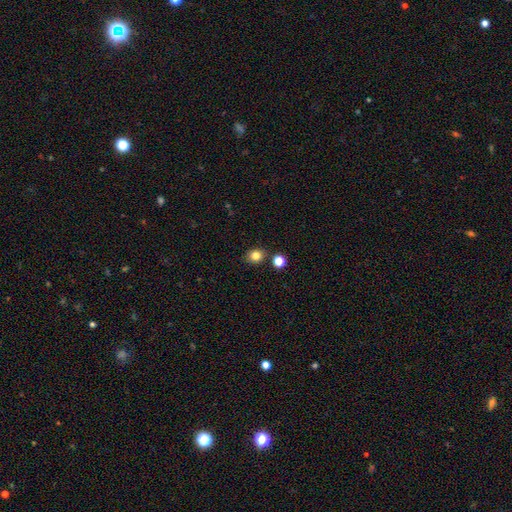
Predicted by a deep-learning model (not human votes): A smooth galaxy with no disk features (82%) that is round (64%).

Vote fractions:
- Smooth or featured? smooth: 82% / star or artifact: 13% / featured or disk: 6%
- How rounded? round: 64% / in between: 35% / cigar-shaped: 1%
- Merging? none: 81% / minor disturbance: 9% / merger: 7% / major disturbance: 3%